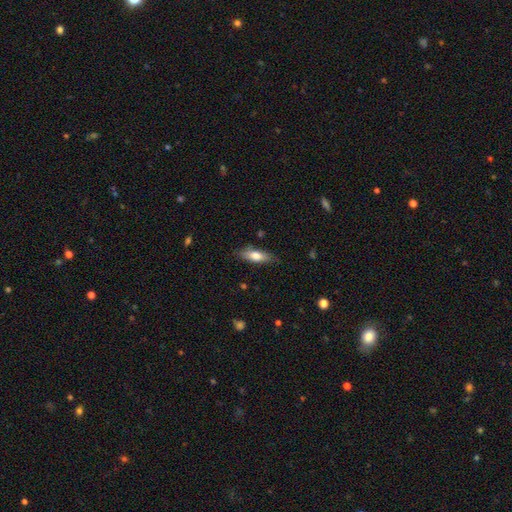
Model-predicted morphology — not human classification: The model was most divided on "how rounded": in between: 58%, cigar-shaped: 40%, round: 2%. More confident: merging — none (80%); smooth or featured — smooth (71%).